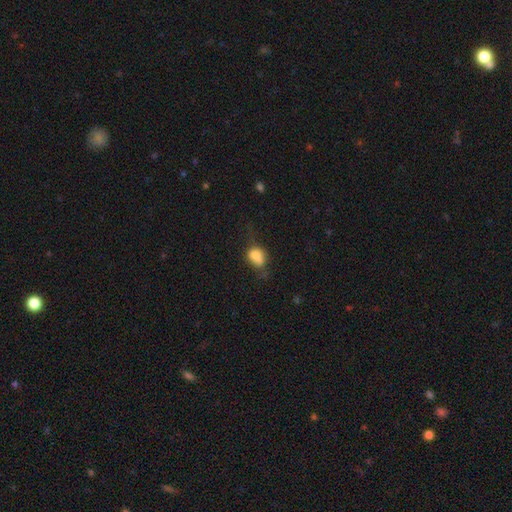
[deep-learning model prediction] smooth 75%, featured or disk 15%, star or artifact 11%. Down the decision tree: how rounded — in between (55%); merging — none (36%).